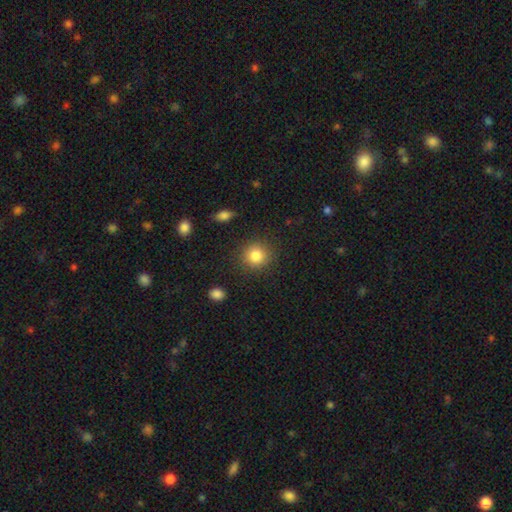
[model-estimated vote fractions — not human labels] This is clearly a smooth galaxy (84%). How rounded: clearly round (89%). Merging: clearly none (88%).